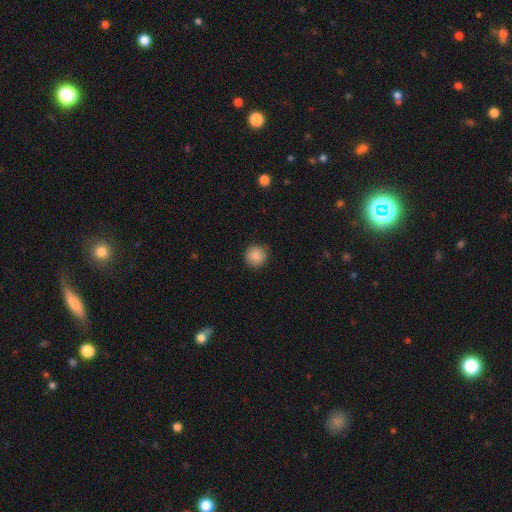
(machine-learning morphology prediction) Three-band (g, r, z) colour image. It shows a smooth galaxy with no disk features (89%) that is round (94%). Merging: none (88%).